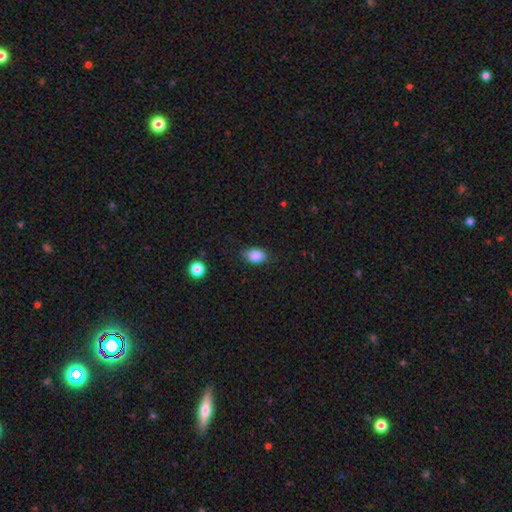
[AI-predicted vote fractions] This is clearly a smooth galaxy (88%). How rounded: likely in between (80%). Merging: clearly none (81%).